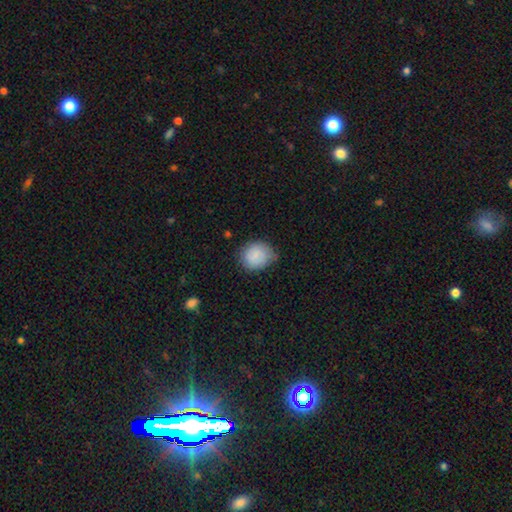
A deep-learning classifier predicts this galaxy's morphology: type=smooth (85%); roundness=round (69%); merging=none (68%).